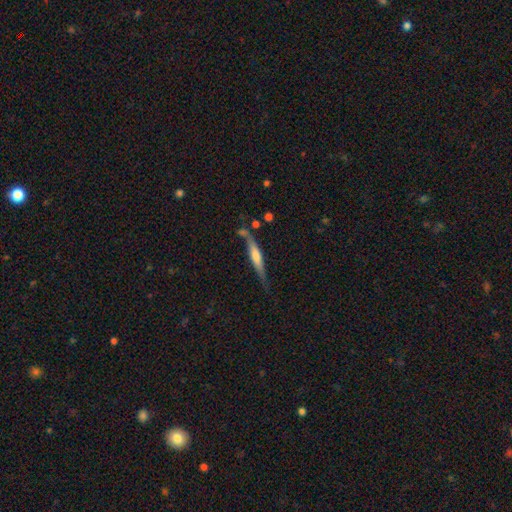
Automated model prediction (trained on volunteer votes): smooth-or-featured: featured or disk: 54% | smooth: 40% | star or artifact: 6%
  disk-edge-on: yes: 90% | no: 10%
  merging: none: 60% | minor disturbance: 22% | merger: 11% | major disturbance: 7%